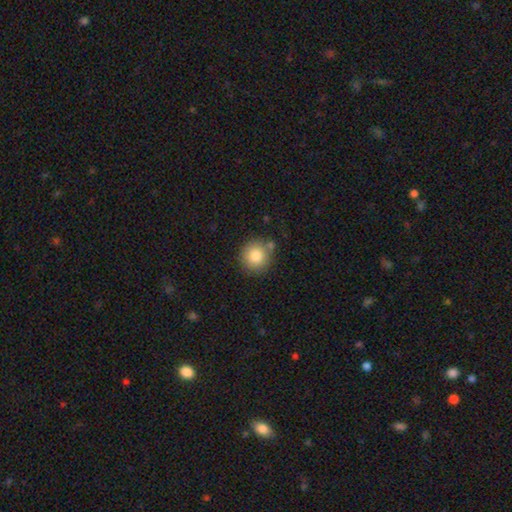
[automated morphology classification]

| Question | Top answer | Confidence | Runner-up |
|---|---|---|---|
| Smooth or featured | smooth | 82% | star or artifact (9%) |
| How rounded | round | 90% | in between (9%) |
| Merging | none | 77% | minor disturbance (12%) |